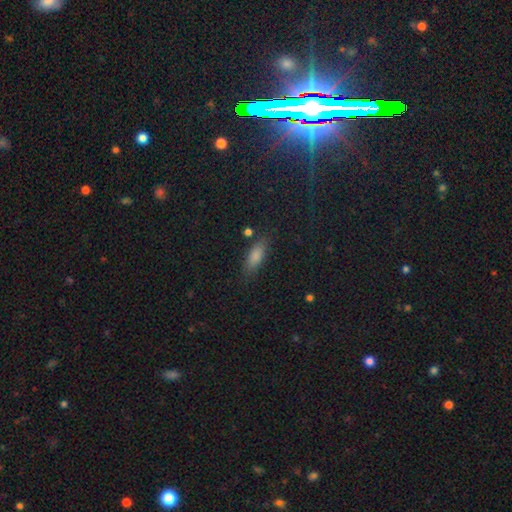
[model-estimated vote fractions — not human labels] A smooth galaxy with no disk features (81%) that is in between round and cigar-shaped (71%). Merging: none (78%).